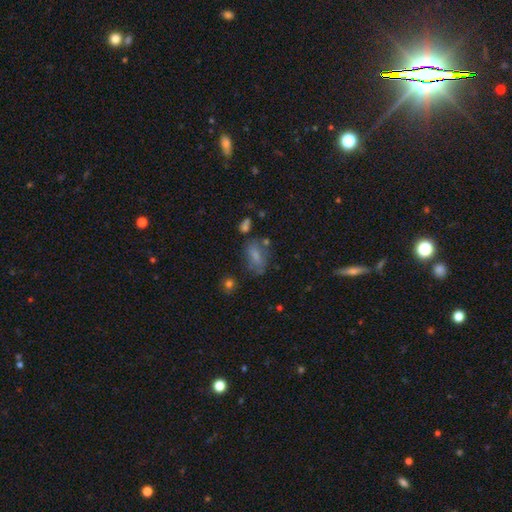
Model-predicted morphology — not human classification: This appears to be a smooth galaxy with no disk features (64%) that is in between round and cigar-shaped (82%). Merging: none (53%).